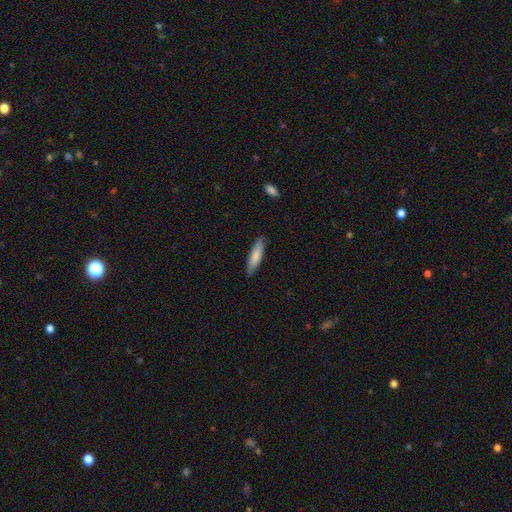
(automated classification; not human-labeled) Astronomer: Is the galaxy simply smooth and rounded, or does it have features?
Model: smooth — 79%.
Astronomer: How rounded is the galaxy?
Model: cigar-shaped — 74%.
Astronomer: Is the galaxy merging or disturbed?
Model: none — 86%.